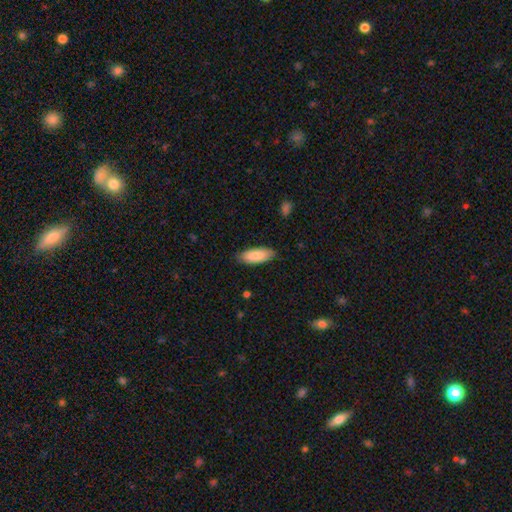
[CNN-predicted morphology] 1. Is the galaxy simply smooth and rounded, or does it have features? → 86% smooth, 9% featured or disk, 5% star or artifact.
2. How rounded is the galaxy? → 75% in between, 24% cigar-shaped, 1% round.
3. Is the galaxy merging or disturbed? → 85% none, 12% minor disturbance, 2% major disturbance, 1% merger.